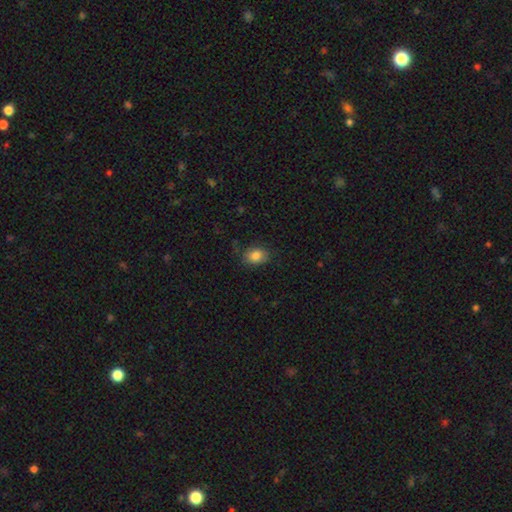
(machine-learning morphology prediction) smooth-or-featured: smooth: 84% | star or artifact: 9% | featured or disk: 7%
  how-rounded: in between: 65% | round: 34% | cigar-shaped: 1%
  merging: none: 78% | minor disturbance: 17% | major disturbance: 4% | merger: 1%